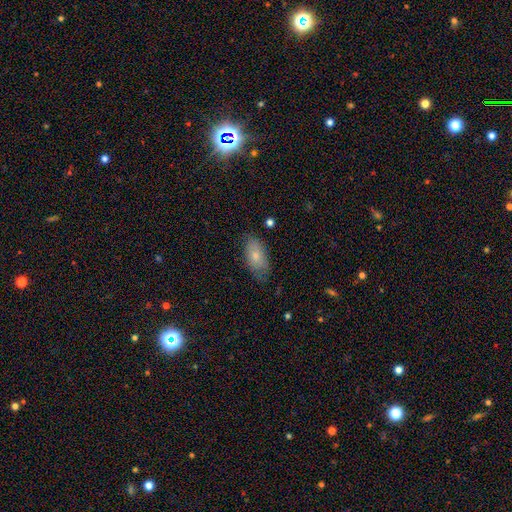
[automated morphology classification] smooth-or-featured: smooth: 76% | featured or disk: 17% | star or artifact: 7%
  how-rounded: in between: 91% | cigar-shaped: 5% | round: 4%
  merging: none: 70% | minor disturbance: 23% | major disturbance: 5% | merger: 1%